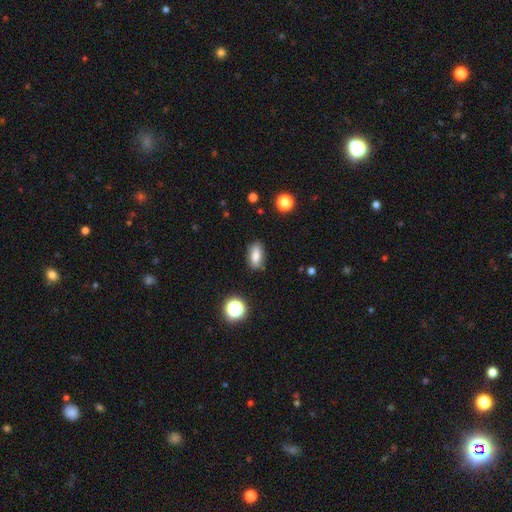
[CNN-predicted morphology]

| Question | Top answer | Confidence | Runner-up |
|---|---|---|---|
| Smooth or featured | smooth | 75% | featured or disk (15%) |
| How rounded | in between | 79% | cigar-shaped (15%) |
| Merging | none | 82% | minor disturbance (13%) |